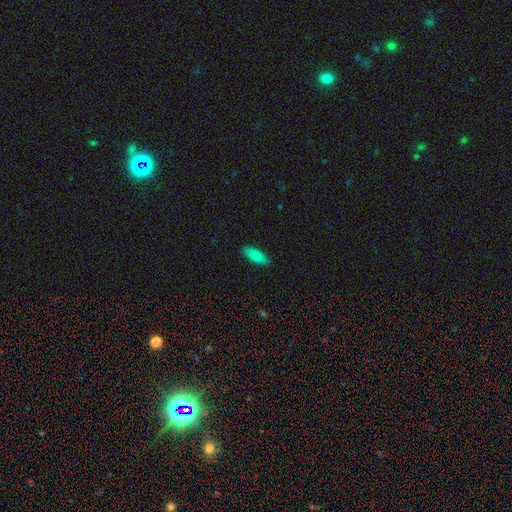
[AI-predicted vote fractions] This appears to be a smooth galaxy with no disk features (83%) that is in between round and cigar-shaped (70%). Merging: none (88%).